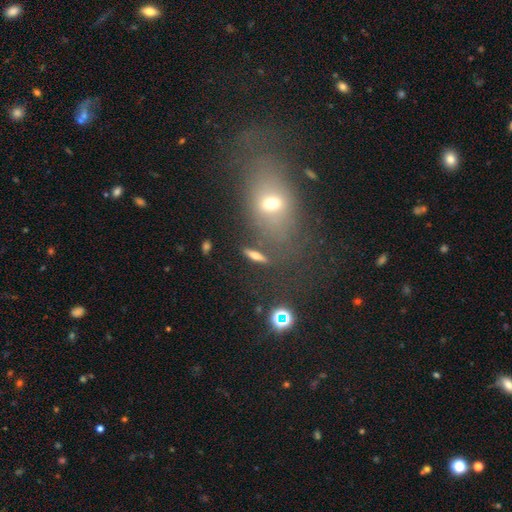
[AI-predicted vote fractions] Smooth or featured: smooth — 52% (featured or disk — 30%)
How rounded: cigar-shaped — 55% (in between — 32%)
Merging: none — 76% (minor disturbance — 11%)